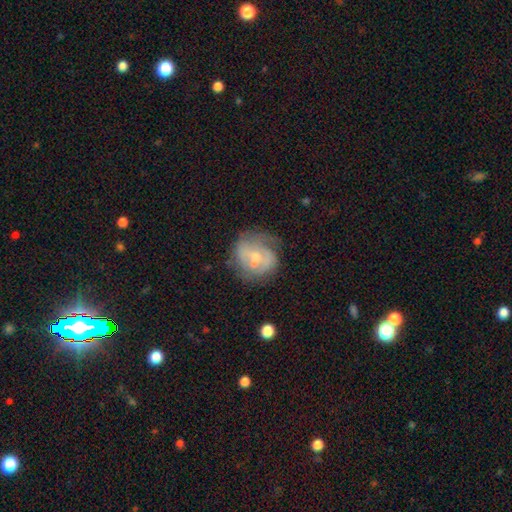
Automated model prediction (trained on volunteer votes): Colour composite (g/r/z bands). It shows a featured or disk galaxy (59%) with no bar (60%), spiral arms (62%) and a small central bulge (60%). Merging: none (49%).